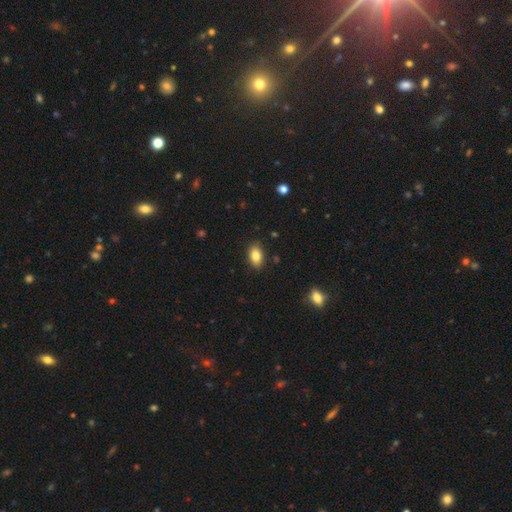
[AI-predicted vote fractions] A smooth galaxy with no disk features (85%) that is in between round and cigar-shaped (89%).

Vote fractions:
- Smooth or featured? smooth: 85% / star or artifact: 8% / featured or disk: 7%
- How rounded? in between: 89% / round: 9% / cigar-shaped: 2%
- Merging? none: 87% / minor disturbance: 9% / major disturbance: 2% / merger: 1%